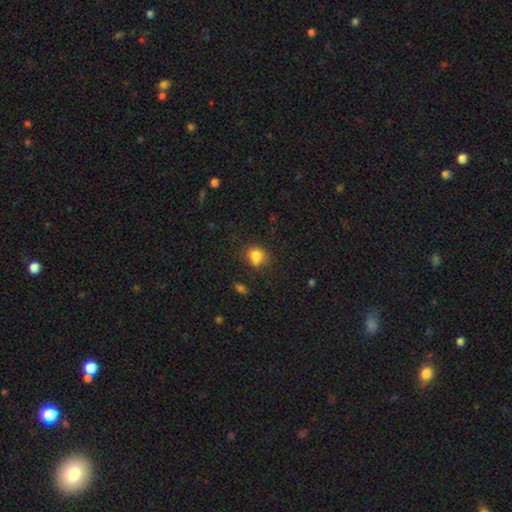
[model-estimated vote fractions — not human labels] This appears to be a smooth galaxy with no disk features (80%) that is round (63%). Merging: none (54%).